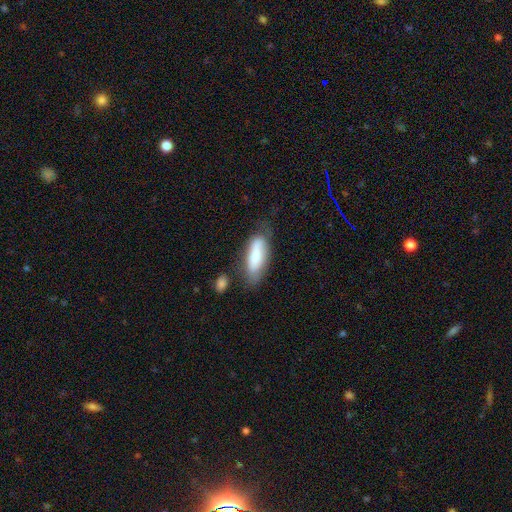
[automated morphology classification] smooth-or-featured: smooth: 74% | featured or disk: 20% | star or artifact: 6%
  how-rounded: in between: 62% | cigar-shaped: 36% | round: 2%
  merging: none: 51% | minor disturbance: 29% | major disturbance: 12% | merger: 7%